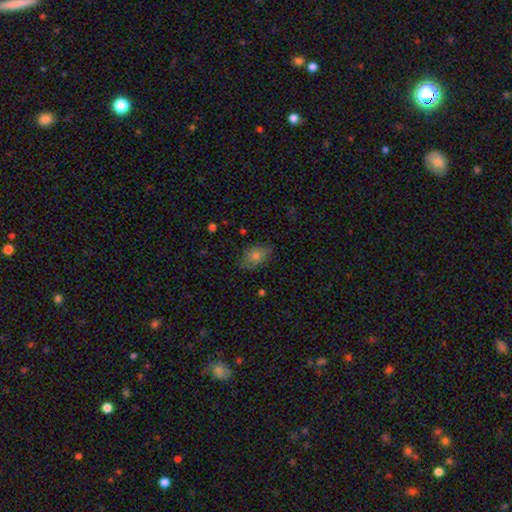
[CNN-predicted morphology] This is likely a smooth galaxy (75%). How rounded: clearly in between (83%). Merging: likely none (75%).